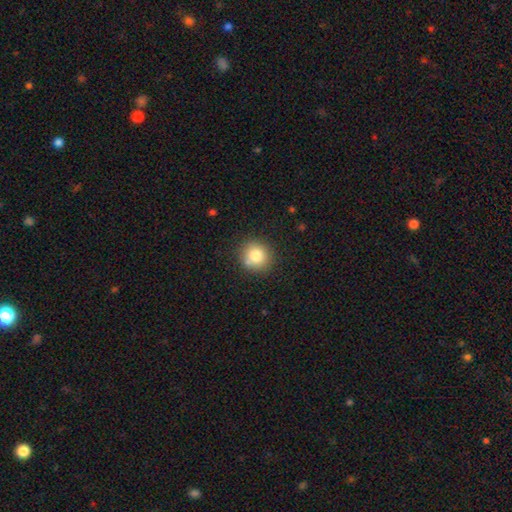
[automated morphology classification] This is likely a smooth galaxy (79%). How rounded: clearly round (89%). Merging: clearly none (81%).